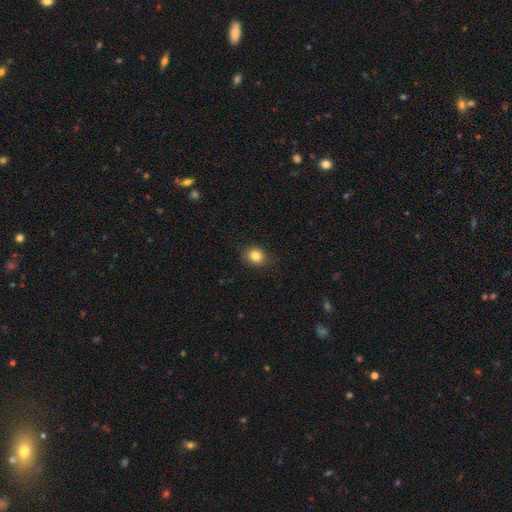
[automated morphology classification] smooth 83%, star or artifact 11%, featured or disk 6%. Down the decision tree: how rounded — round (73%); merging — none (86%).